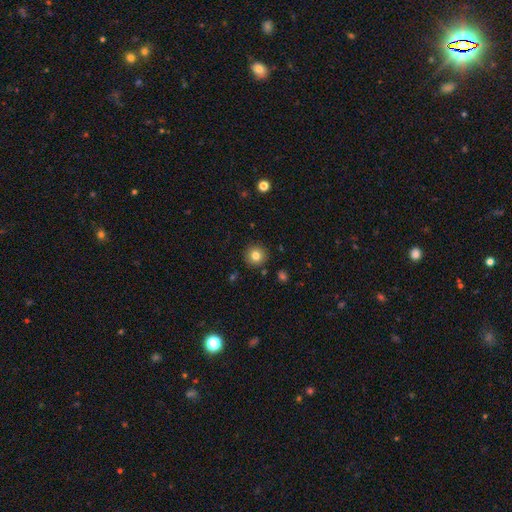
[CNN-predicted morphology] Q: Smooth or featured?
A: smooth (80%); runner-up: star or artifact (11%)
Q: How rounded?
A: round (94%); runner-up: in between (5%)
Q: Merging?
A: none (90%); runner-up: minor disturbance (7%)